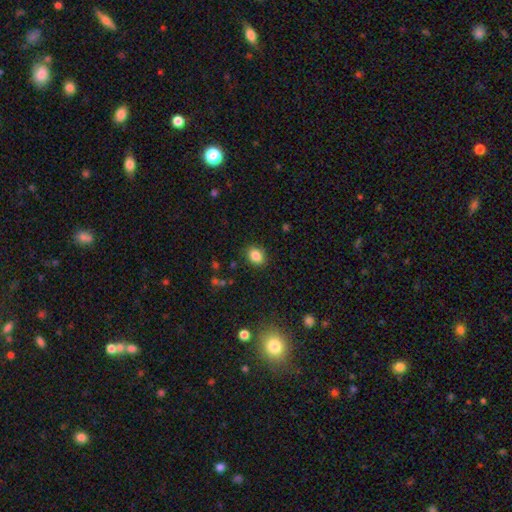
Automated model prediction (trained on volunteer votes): smooth_or_featured: smooth (p=0.86) [alt: star or artifact p=0.09]
how_rounded: in between (p=0.58) [alt: round p=0.41]
merging: none (p=0.88) [alt: minor disturbance p=0.09]